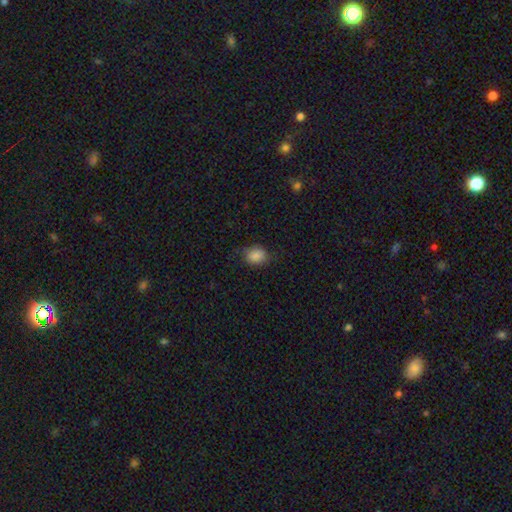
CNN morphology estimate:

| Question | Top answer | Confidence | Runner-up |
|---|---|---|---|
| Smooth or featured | smooth | 86% | star or artifact (9%) |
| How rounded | in between | 53% | round (46%) |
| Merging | none | 77% | minor disturbance (18%) |